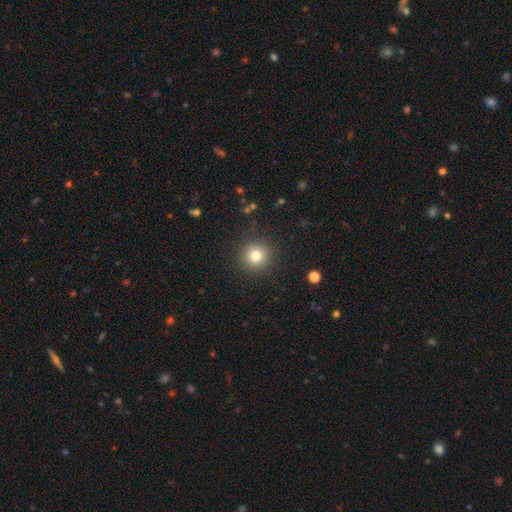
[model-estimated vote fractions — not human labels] Smooth or featured: smooth — 80% (star or artifact — 13%)
How rounded: round — 95% (in between — 4%)
Merging: none — 91% (minor disturbance — 6%)